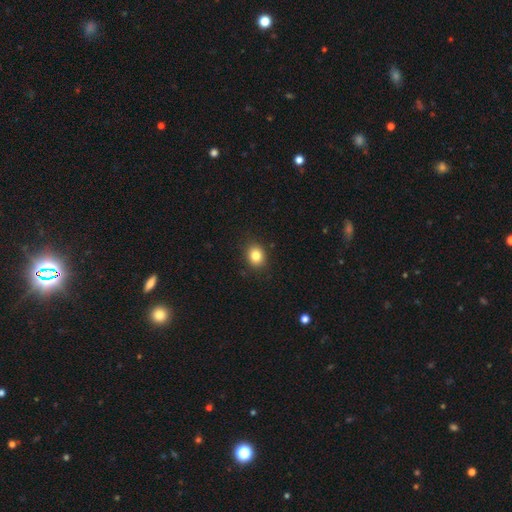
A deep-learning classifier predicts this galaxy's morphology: This appears to be a smooth galaxy with no disk features (83%) that is round (57%). Merging: none (89%).